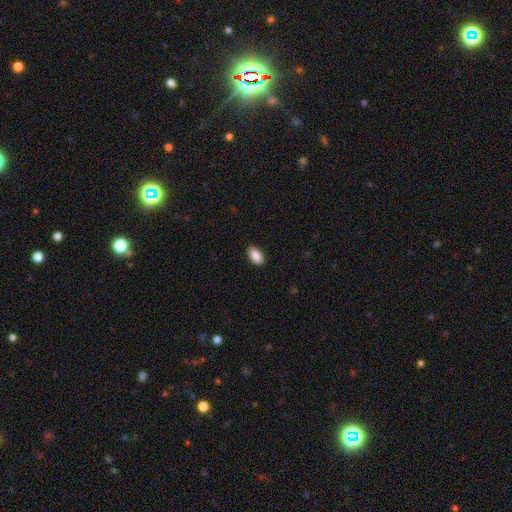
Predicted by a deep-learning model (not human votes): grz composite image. It shows a smooth galaxy with no disk features (87%) that is in between round and cigar-shaped (93%). Merging: none (89%).